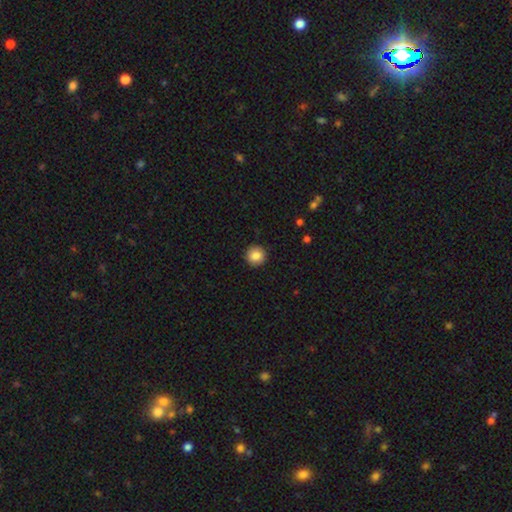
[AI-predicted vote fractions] Smooth or featured: smooth — 86% (star or artifact — 9%)
How rounded: round — 96% (in between — 3%)
Merging: none — 93% (minor disturbance — 5%)